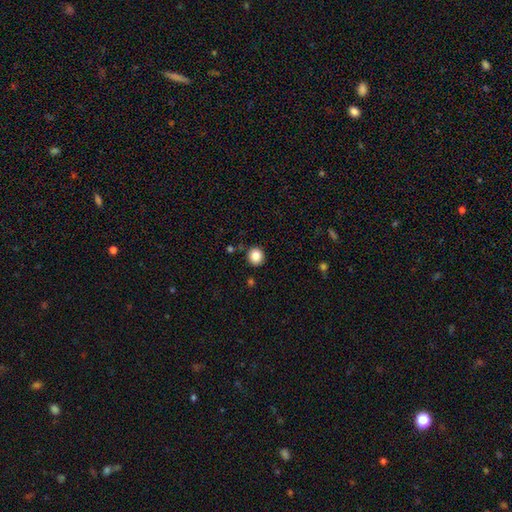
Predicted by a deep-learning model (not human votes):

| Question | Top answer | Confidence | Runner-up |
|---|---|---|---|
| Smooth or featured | smooth | 86% | star or artifact (10%) |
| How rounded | round | 89% | in between (10%) |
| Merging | none | 89% | minor disturbance (7%) |